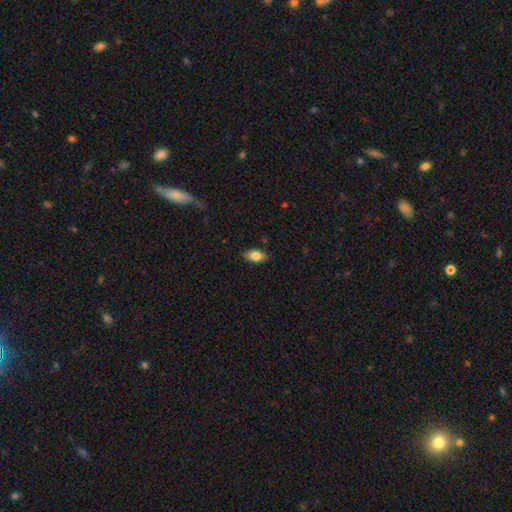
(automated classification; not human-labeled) Smooth or featured? smooth (81%)
How rounded? in between (90%)
Merging? none (86%)